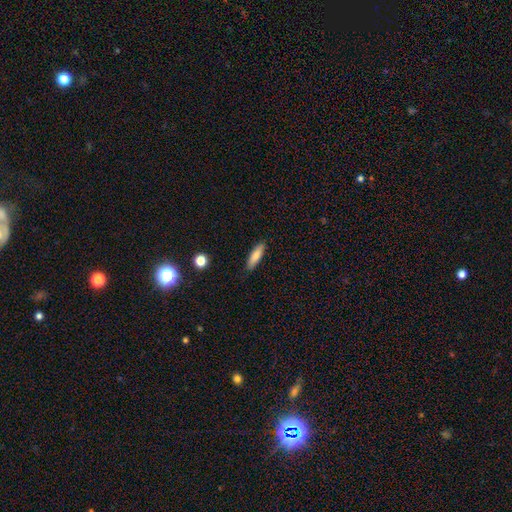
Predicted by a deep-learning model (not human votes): Smooth or featured: smooth — 81% (featured or disk — 13%)
How rounded: cigar-shaped — 64% (in between — 34%)
Merging: none — 87% (minor disturbance — 10%)